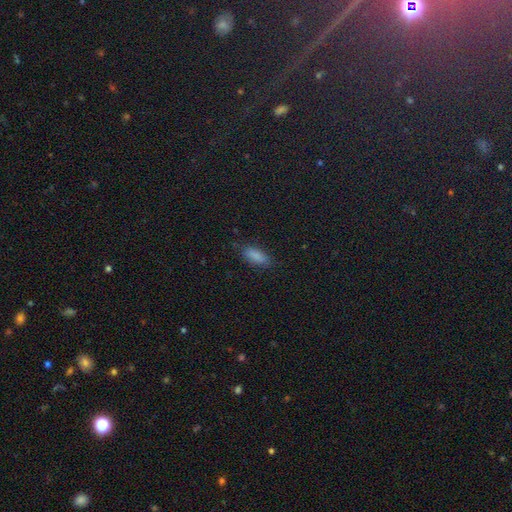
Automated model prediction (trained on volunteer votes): This appears to be a smooth galaxy with no disk features (86%) that is in between round and cigar-shaped (76%). Merging: none (82%).